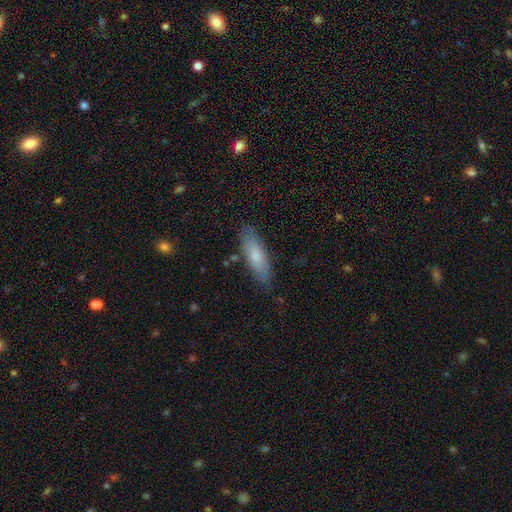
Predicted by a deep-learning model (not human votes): Overall: smooth (74%). How rounded: in between (51%; cigar-shaped 47%). Merging: none (80%).